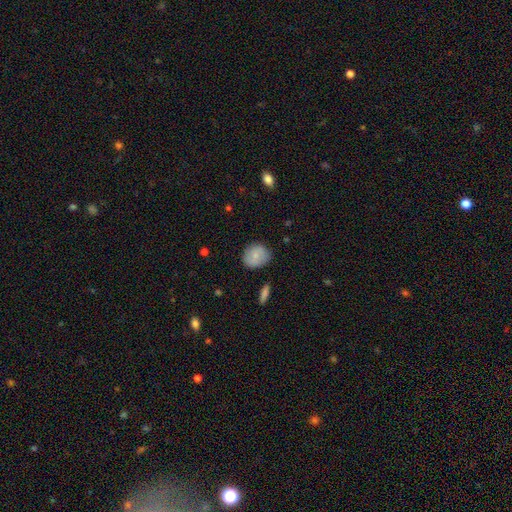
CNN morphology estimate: A smooth galaxy with no disk features (76%) that is round (61%).

Vote fractions:
- Smooth or featured? smooth: 76% / featured or disk: 17% / star or artifact: 7%
- How rounded? round: 61% / in between: 37% / cigar-shaped: 1%
- Merging? none: 78% / minor disturbance: 17% / major disturbance: 4% / merger: 2%